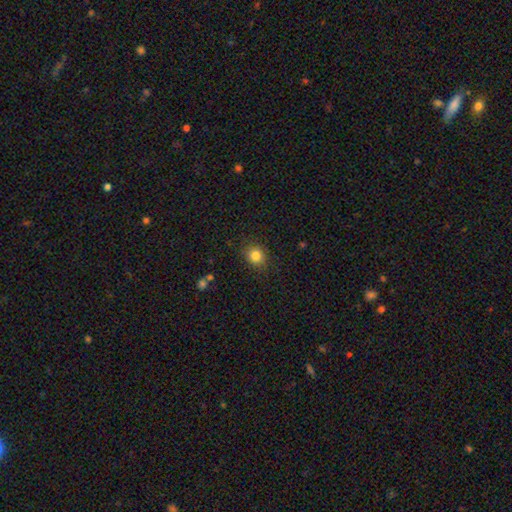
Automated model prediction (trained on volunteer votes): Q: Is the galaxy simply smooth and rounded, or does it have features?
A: smooth — 84%.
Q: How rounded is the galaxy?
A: round — 73%.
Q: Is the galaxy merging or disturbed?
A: none — 86%.